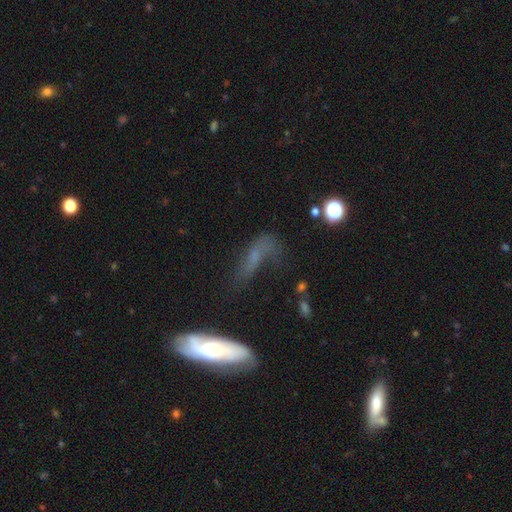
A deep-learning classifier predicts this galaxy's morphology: smooth_or_featured: smooth (p=0.41) [tied with: featured or disk p=0.41]
merging: none (p=0.39) [alt: major disturbance p=0.29]